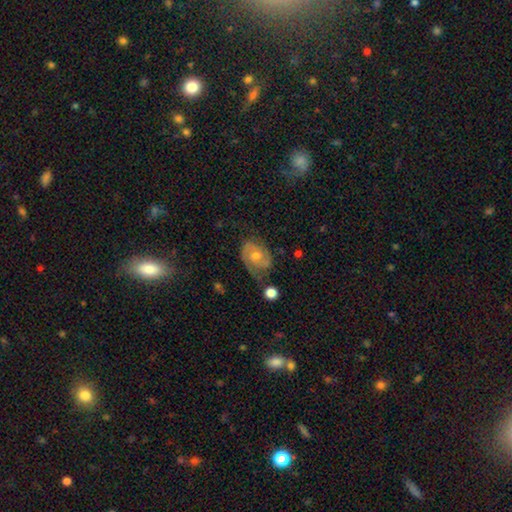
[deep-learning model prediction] This is likely a featured or disk galaxy (72%). It is clearly not viewed edge-on (96%). Bar: likely no (68%). Spiral arm pattern: clearly yes (90%). Spiral arm count: likely 2 (70%). Spiral winding: possibly tight (45%). Central bulge: possibly moderate (58%). Merging: likely none (66%).